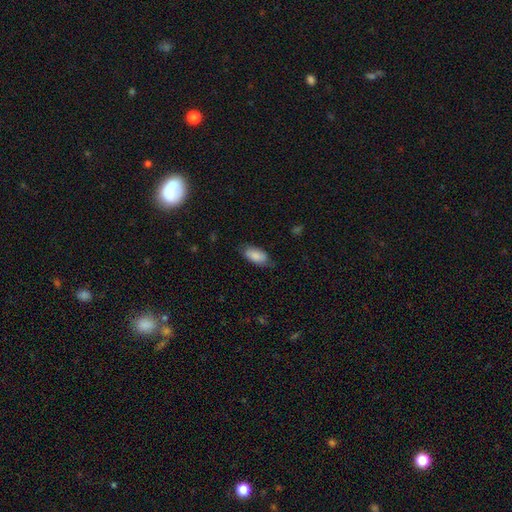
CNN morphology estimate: type=smooth (84%); roundness=in between (92%); merging=none (70%).